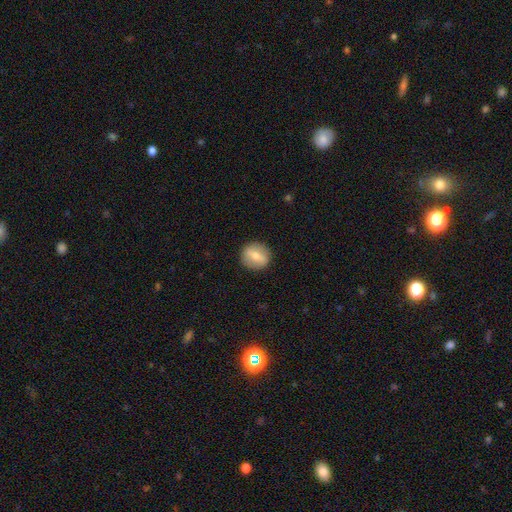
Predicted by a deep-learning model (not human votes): Q: Smooth or featured?
A: smooth (59%); runner-up: featured or disk (33%)
Q: How rounded?
A: round (85%); runner-up: in between (13%)
Q: Merging?
A: none (89%); runner-up: minor disturbance (8%)